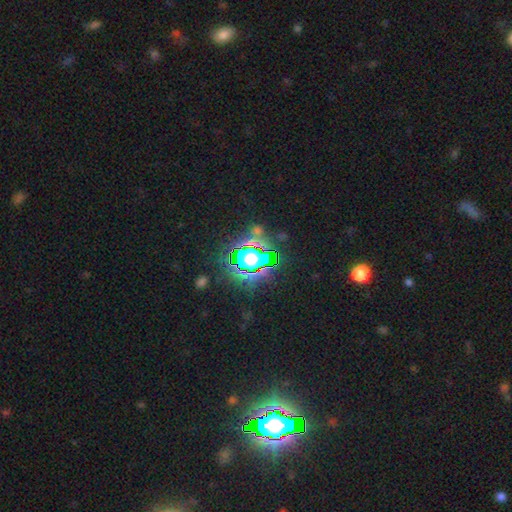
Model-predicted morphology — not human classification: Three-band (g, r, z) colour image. It shows a star or artifact, not a galaxy (84%).